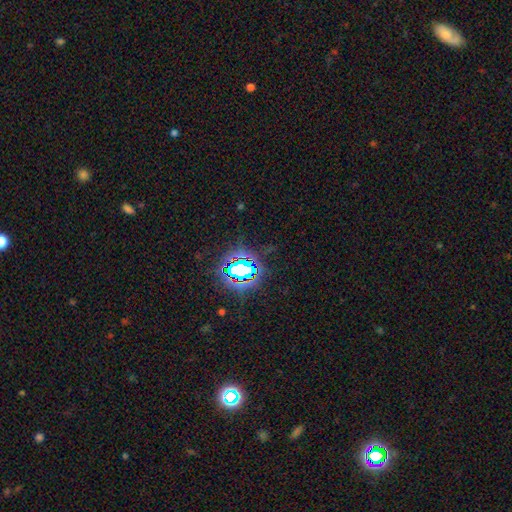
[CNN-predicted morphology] Smooth or featured? Predicted: star or artifact (p=0.82).